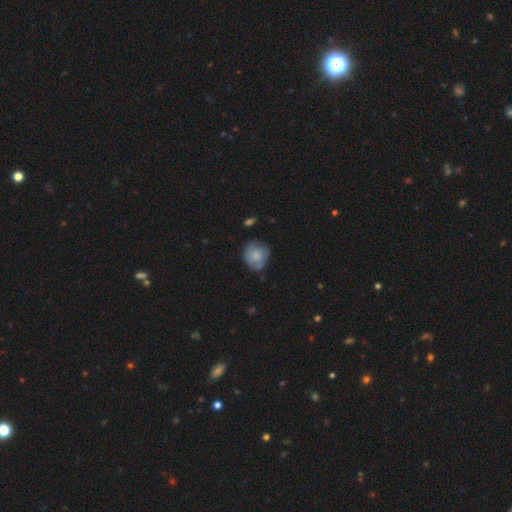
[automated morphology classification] A smooth galaxy with no disk features (70%) that is round (78%). Merging: none (60%).